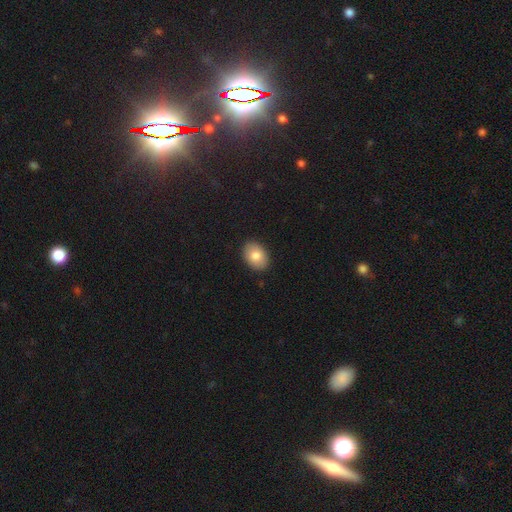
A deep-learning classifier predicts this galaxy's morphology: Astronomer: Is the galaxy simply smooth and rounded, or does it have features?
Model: smooth — 82%.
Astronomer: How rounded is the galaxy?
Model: in between — 79%.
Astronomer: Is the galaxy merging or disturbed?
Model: none — 90%.